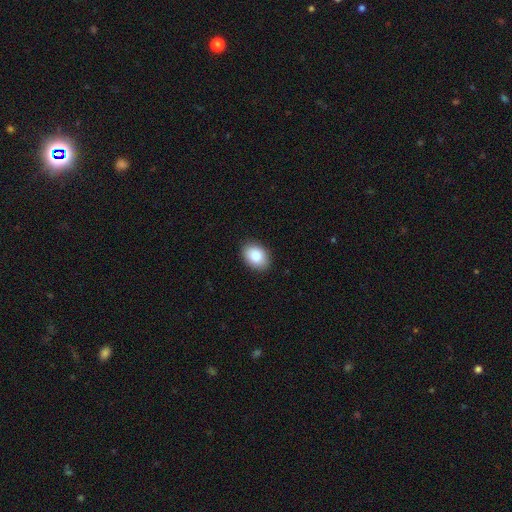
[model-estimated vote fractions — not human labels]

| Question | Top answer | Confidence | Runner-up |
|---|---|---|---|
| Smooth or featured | smooth | 88% | star or artifact (7%) |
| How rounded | in between | 80% | round (19%) |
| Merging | none | 88% | minor disturbance (9%) |